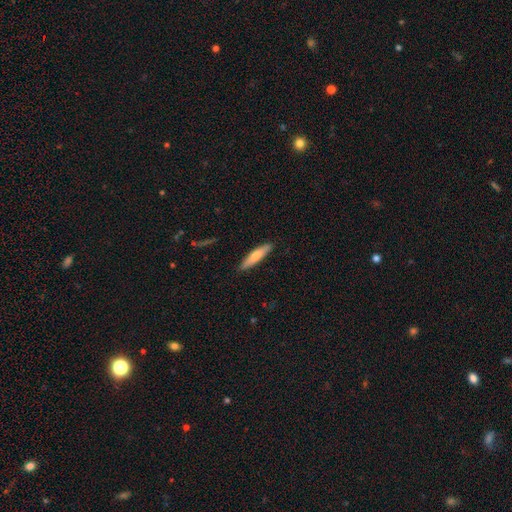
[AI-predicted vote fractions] This is likely a smooth galaxy (72%). How rounded: clearly cigar-shaped (83%). Merging: clearly none (89%).